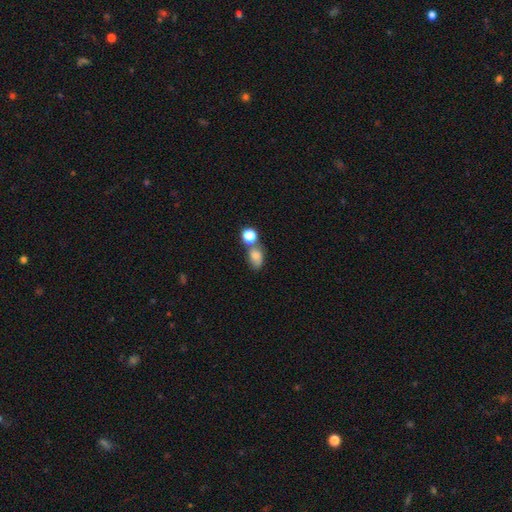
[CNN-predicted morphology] This is likely a smooth galaxy (77%). How rounded: likely in between (74%). Merging: marginally none (42%).